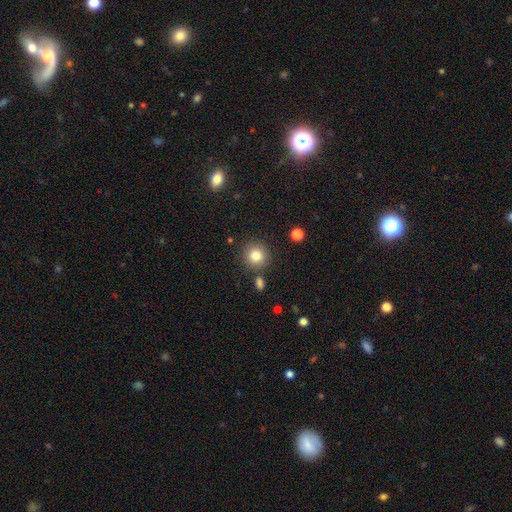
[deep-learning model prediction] Morphology: type=smooth (82%); roundness=round (92%); merging=none (85%).